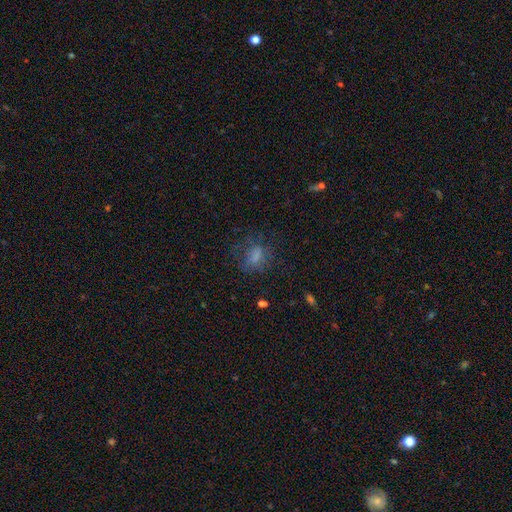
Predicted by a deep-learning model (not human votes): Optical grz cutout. It shows a smooth galaxy with no disk features (60%) that is in between round and cigar-shaped (60%). Merging: none (65%).